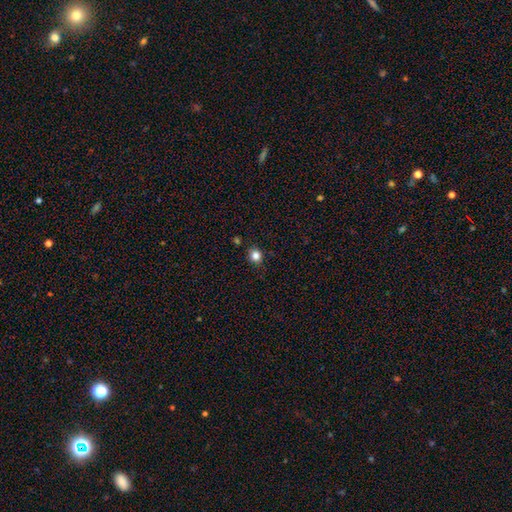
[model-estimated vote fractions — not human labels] The model was most divided on "how rounded": round: 81%, in between: 18%, cigar-shaped: 1%. More confident: merging — none (87%); smooth or featured — smooth (82%).